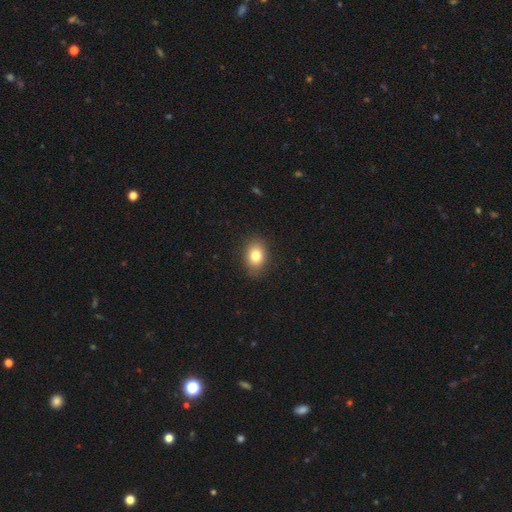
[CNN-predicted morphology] Smooth or featured: smooth — 80% (featured or disk — 10%)
How rounded: in between — 68% (round — 31%)
Merging: none — 86% (minor disturbance — 10%)